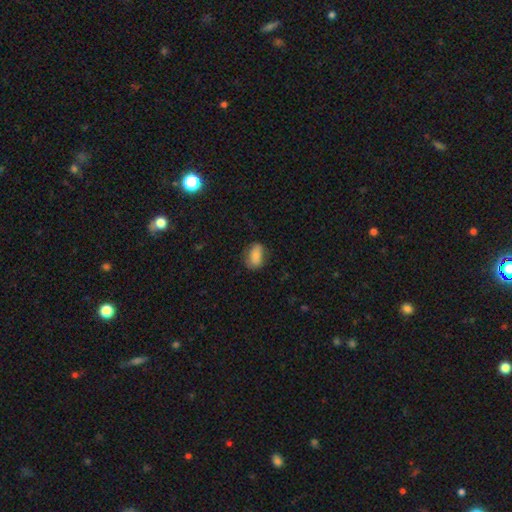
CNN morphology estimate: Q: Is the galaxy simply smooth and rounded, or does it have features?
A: smooth — 82%.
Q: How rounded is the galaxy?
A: in between — 86%.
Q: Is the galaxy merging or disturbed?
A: none — 72%.